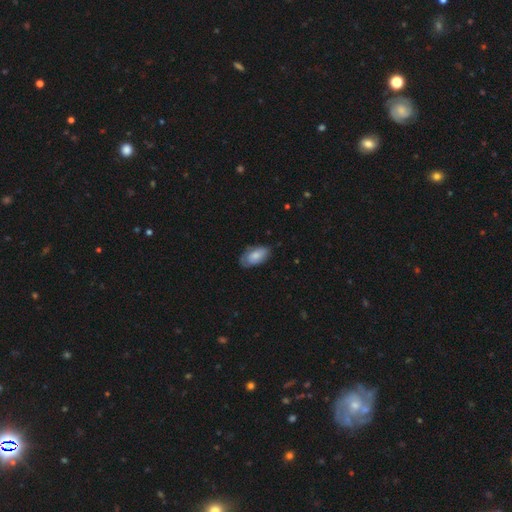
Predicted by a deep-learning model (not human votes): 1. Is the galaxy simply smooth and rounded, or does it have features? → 74% smooth, 20% featured or disk, 6% star or artifact.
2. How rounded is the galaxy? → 94% in between, 3% round, 3% cigar-shaped.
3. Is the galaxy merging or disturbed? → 68% none, 25% minor disturbance, 5% major disturbance, 1% merger.